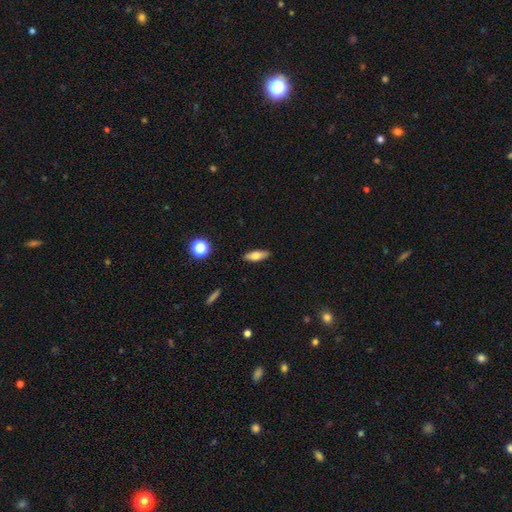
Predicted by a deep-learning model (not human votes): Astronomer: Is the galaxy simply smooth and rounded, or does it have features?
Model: smooth — 70%.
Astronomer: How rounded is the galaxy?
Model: in between — 63%.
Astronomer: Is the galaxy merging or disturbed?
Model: none — 89%.